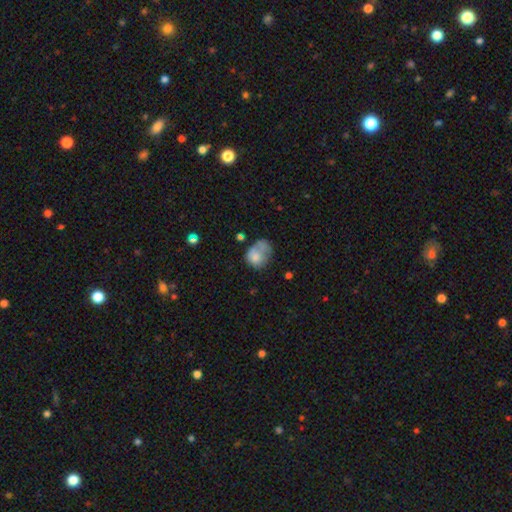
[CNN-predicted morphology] smooth_or_featured: smooth (p=0.70) [alt: featured or disk p=0.21]
how_rounded: in between (p=0.53) [alt: round p=0.46]
merging: major disturbance (p=0.32) [alt: none p=0.28]